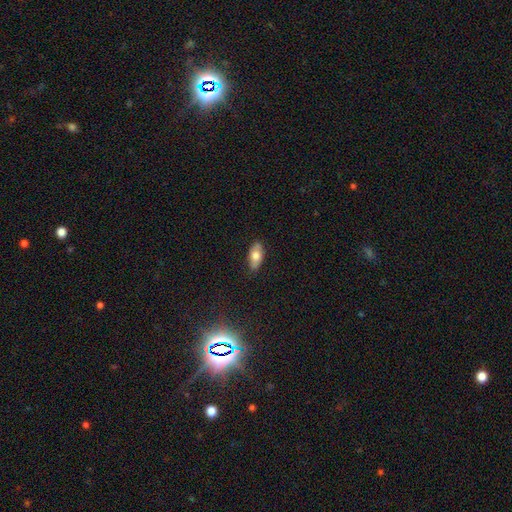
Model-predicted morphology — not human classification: A smooth galaxy with no disk features (68%) that is in between round and cigar-shaped (88%).

Vote fractions:
- Smooth or featured? smooth: 68% / featured or disk: 25% / star or artifact: 7%
- How rounded? in between: 88% / cigar-shaped: 8% / round: 4%
- Merging? none: 82% / minor disturbance: 14% / major disturbance: 2% / merger: 1%